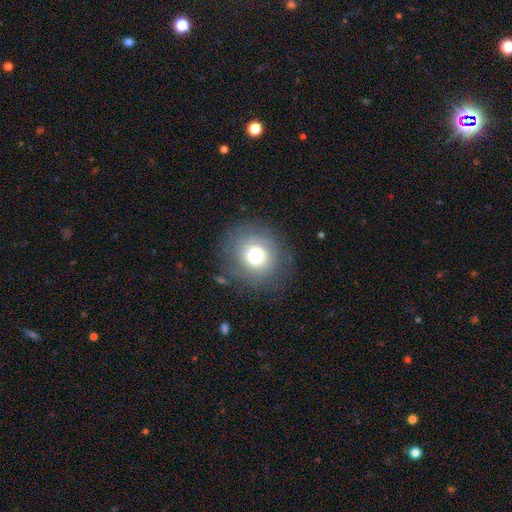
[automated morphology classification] smooth-or-featured: smooth: 66% | featured or disk: 21% | star or artifact: 13%
  how-rounded: round: 85% | in between: 14% | cigar-shaped: 1%
  merging: none: 78% | minor disturbance: 13% | major disturbance: 8% | merger: 1%